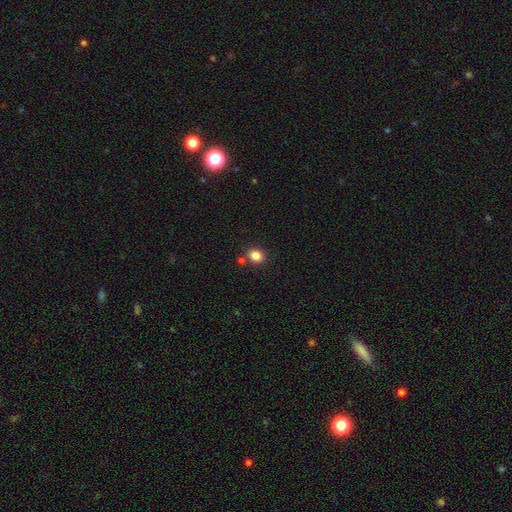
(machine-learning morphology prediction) Smooth or featured: smooth — 85% (star or artifact — 11%)
How rounded: round — 57% (in between — 42%)
Merging: none — 78% (merger — 10%)